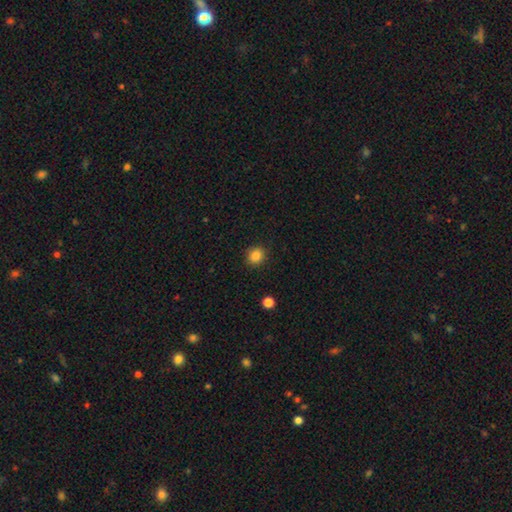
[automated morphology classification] A smooth galaxy with no disk features (85%) that is round (82%).

Vote fractions:
- Smooth or featured? smooth: 85% / star or artifact: 11% / featured or disk: 4%
- How rounded? round: 82% / in between: 17% / cigar-shaped: 1%
- Merging? none: 90% / minor disturbance: 7% / major disturbance: 2% / merger: 1%